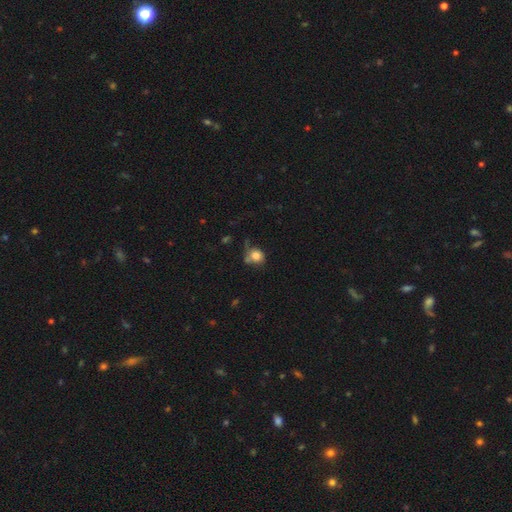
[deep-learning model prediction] This is likely a smooth galaxy (80%). How rounded: likely round (71%). Merging: possibly none (49%).